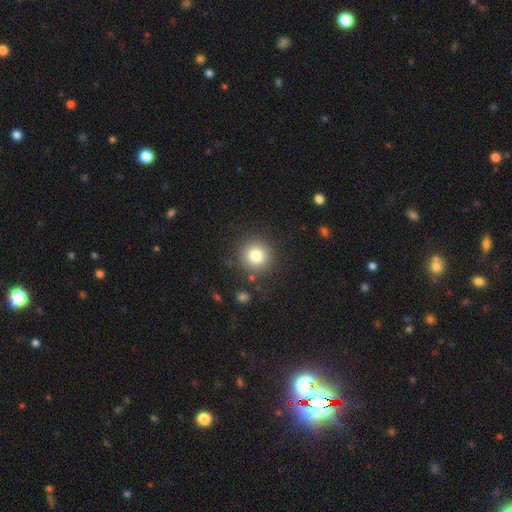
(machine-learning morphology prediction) Smooth or featured?
  - smooth: 80% *
  - star or artifact: 12%
  - featured or disk: 8%
How rounded?
  - round: 94% *
  - in between: 5%
  - cigar-shaped: 1%
Merging?
  - none: 87% *
  - minor disturbance: 7%
  - major disturbance: 3%
  - merger: 2%